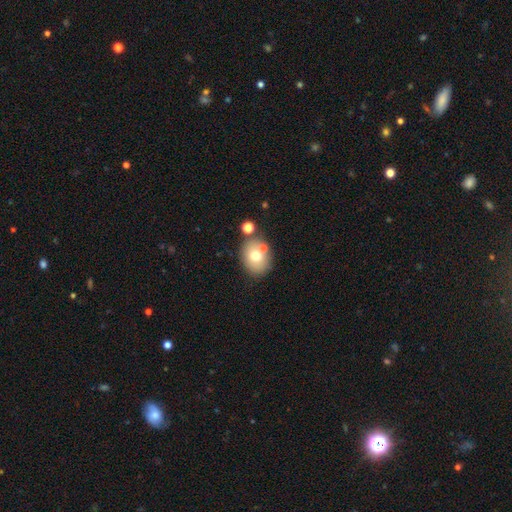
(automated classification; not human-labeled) A smooth galaxy with no disk features (69%) that is round (50%).

Vote fractions:
- Smooth or featured? smooth: 69% / featured or disk: 21% / star or artifact: 11%
- How rounded? round: 50% / in between: 49% / cigar-shaped: 1%
- Merging? none: 69% / merger: 15% / minor disturbance: 12% / major disturbance: 4%